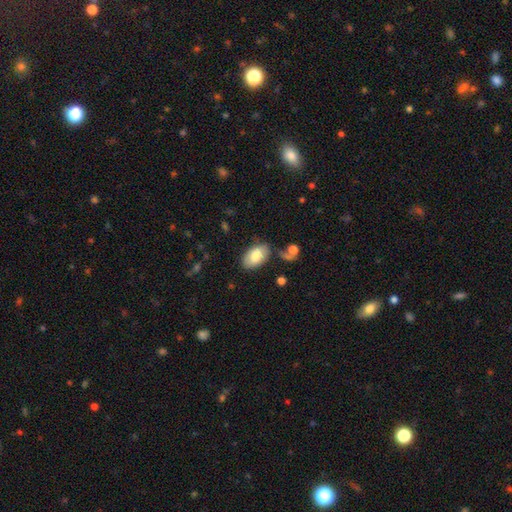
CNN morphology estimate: A smooth galaxy with no disk features (76%) that is in between round and cigar-shaped (93%).

Vote fractions:
- Smooth or featured? smooth: 76% / featured or disk: 17% / star or artifact: 7%
- How rounded? in between: 93% / round: 5% / cigar-shaped: 1%
- Merging? none: 75% / minor disturbance: 16% / merger: 5% / major disturbance: 5%